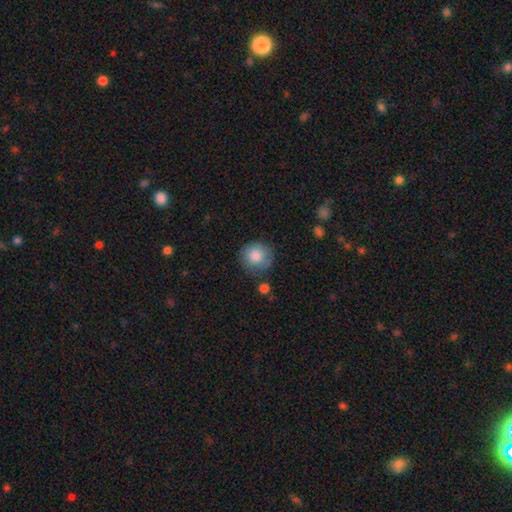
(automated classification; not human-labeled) smooth_or_featured: smooth (p=0.84) [alt: featured or disk p=0.08]
how_rounded: round (p=0.93) [alt: in between p=0.07]
merging: none (p=0.77) [alt: minor disturbance p=0.15]